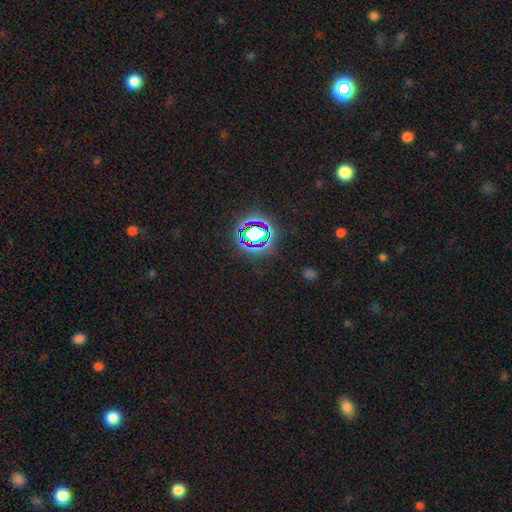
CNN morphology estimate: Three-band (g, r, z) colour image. It shows a star or artifact, not a galaxy (79%).